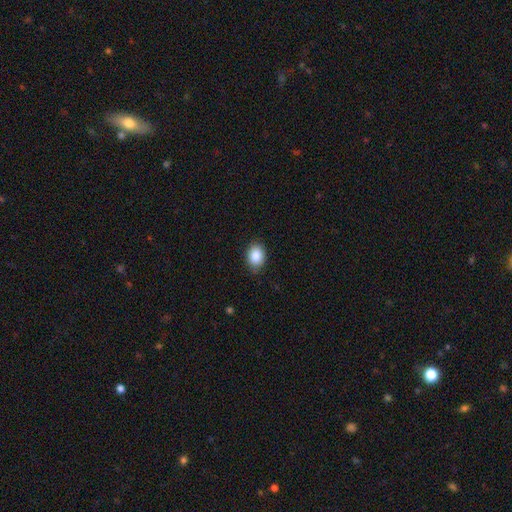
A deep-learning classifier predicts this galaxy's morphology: smooth-or-featured: smooth: 87% | star or artifact: 8% | featured or disk: 5%
  how-rounded: in between: 72% | round: 27% | cigar-shaped: 1%
  merging: none: 83% | minor disturbance: 13% | major disturbance: 2% | merger: 1%